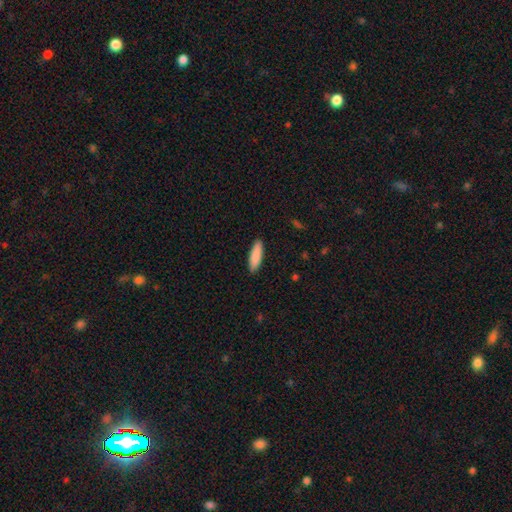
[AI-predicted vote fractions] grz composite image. It shows a smooth galaxy with no disk features (88%) that is cigar-shaped (56%). Merging: none (89%).